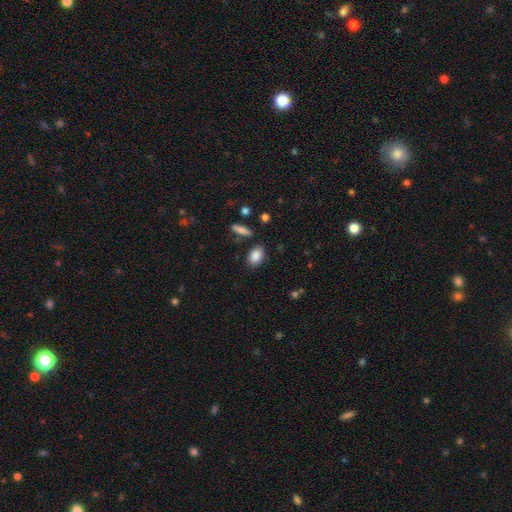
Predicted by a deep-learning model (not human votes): This appears to be a smooth galaxy with no disk features (87%) that is in between round and cigar-shaped (86%). Merging: none (82%).